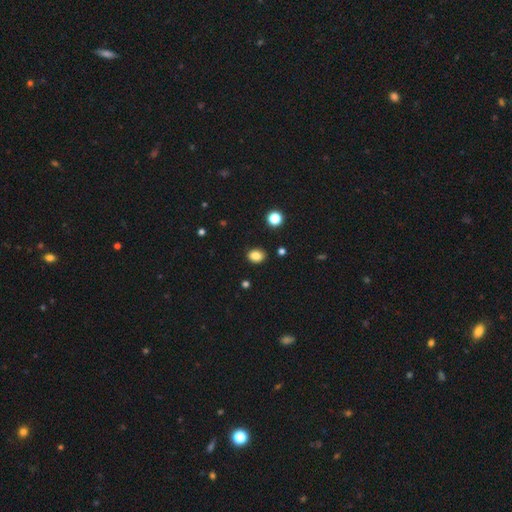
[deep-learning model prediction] Smooth or featured?
  - smooth: 85% *
  - star or artifact: 11%
  - featured or disk: 4%
How rounded?
  - in between: 55% *
  - round: 44%
  - cigar-shaped: 1%
Merging?
  - none: 87% *
  - minor disturbance: 9%
  - major disturbance: 2%
  - merger: 2%